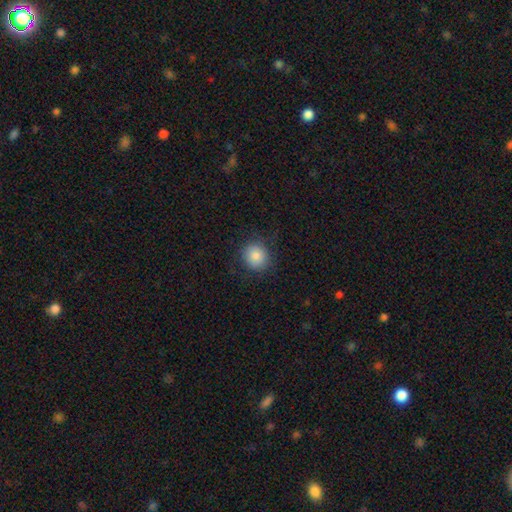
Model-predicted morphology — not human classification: This is clearly a smooth galaxy (84%). How rounded: clearly round (86%). Merging: clearly none (86%).